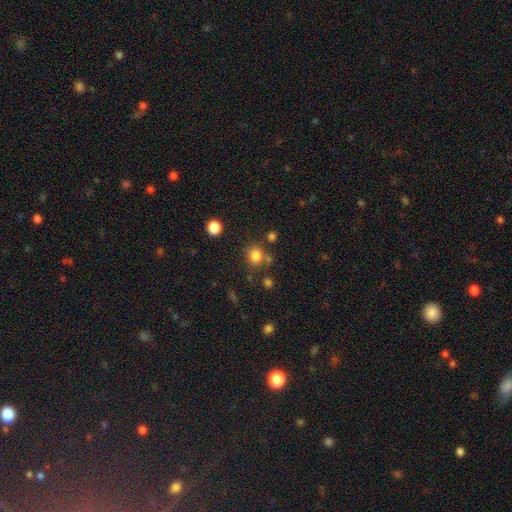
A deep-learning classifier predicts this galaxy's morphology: Smooth or featured? Predicted: smooth (p=0.81). How rounded? Predicted: round (p=0.81). Merging? Predicted: none (p=0.73).